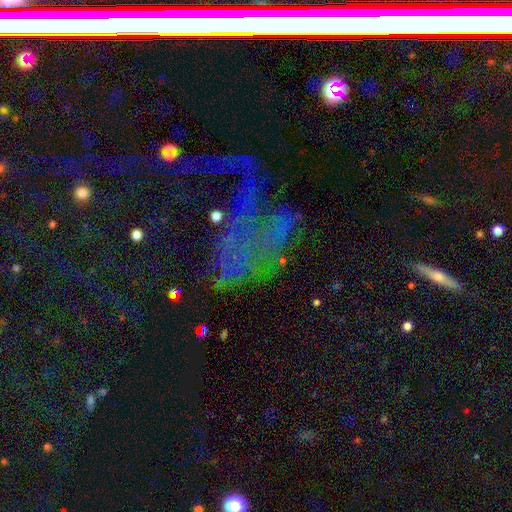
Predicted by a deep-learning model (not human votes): A star or artifact, not a galaxy (49%).

Vote fractions:
- Smooth or featured? star or artifact: 49% / featured or disk: 29% / smooth: 22%